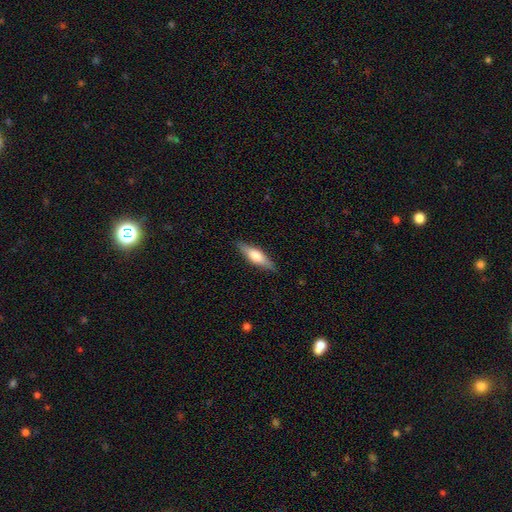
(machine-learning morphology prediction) Overall: smooth (52%; featured or disk 42%). How rounded: cigar-shaped (60%; in between 38%). Merging: none (86%).